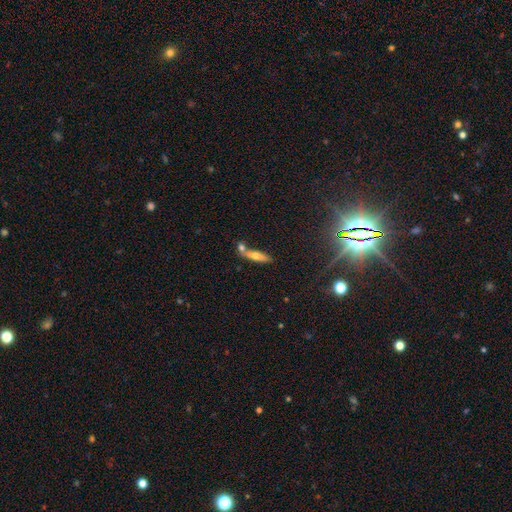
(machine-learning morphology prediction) Overall: smooth (55%; featured or disk 36%). How rounded: cigar-shaped (73%). Merging: none (59%; merger 24%).